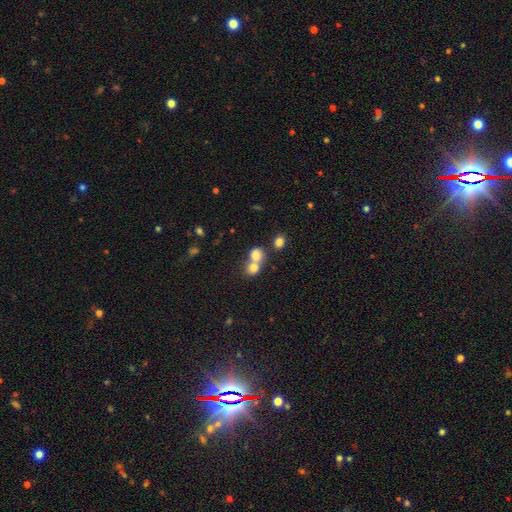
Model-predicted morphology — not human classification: This is likely a smooth galaxy (76%). How rounded: likely round (71%). Merging: likely merger (61%).